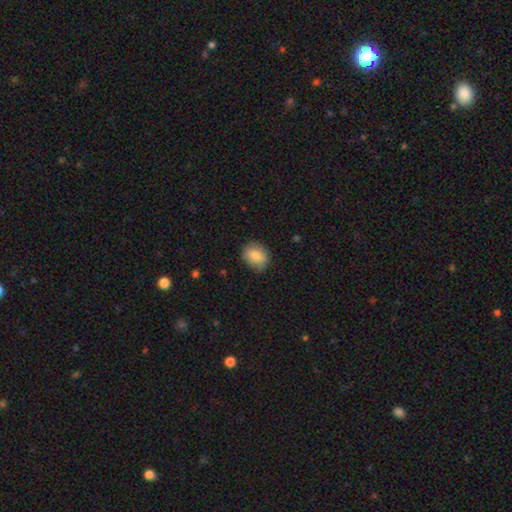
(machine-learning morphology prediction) A smooth galaxy with no disk features (82%) that is in between round and cigar-shaped (51%). Merging: none (82%).